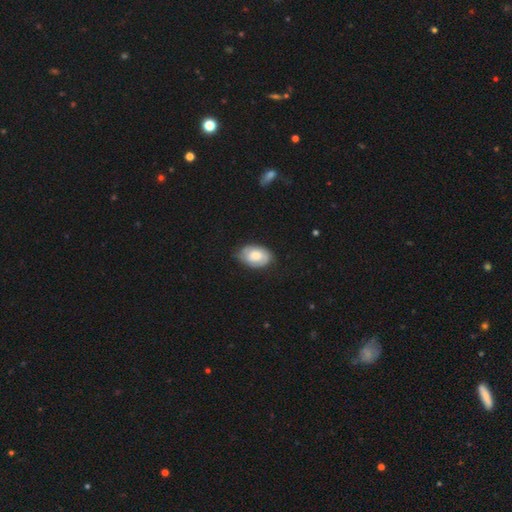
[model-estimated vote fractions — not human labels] Smooth or featured: smooth — 56% (featured or disk — 37%)
How rounded: in between — 86% (round — 13%)
Merging: none — 73% (minor disturbance — 21%)